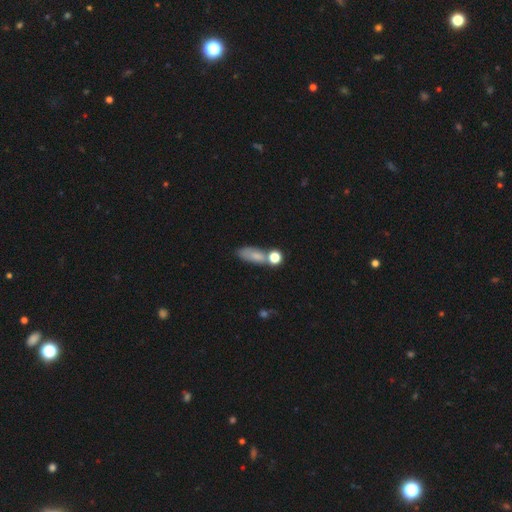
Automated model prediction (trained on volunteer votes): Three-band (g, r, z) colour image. It shows a smooth galaxy with no disk features (73%) that is in between round and cigar-shaped (70%). Merging: none (47%).